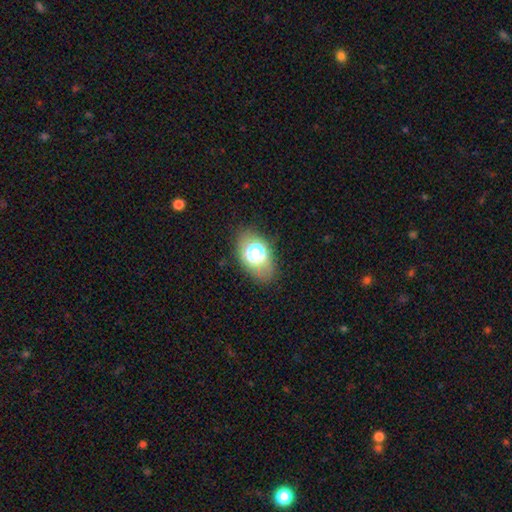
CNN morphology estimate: A smooth galaxy with no disk features (59%) that is in between round and cigar-shaped (75%).

Vote fractions:
- Smooth or featured? smooth: 59% / featured or disk: 26% / star or artifact: 15%
- How rounded? in between: 75% / round: 23% / cigar-shaped: 2%
- Merging? none: 78% / minor disturbance: 14% / major disturbance: 6% / merger: 2%